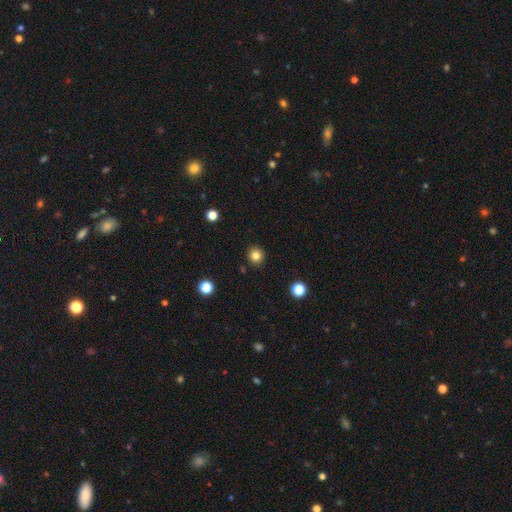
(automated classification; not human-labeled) A smooth galaxy with no disk features (84%) that is round (90%). Merging: none (90%).